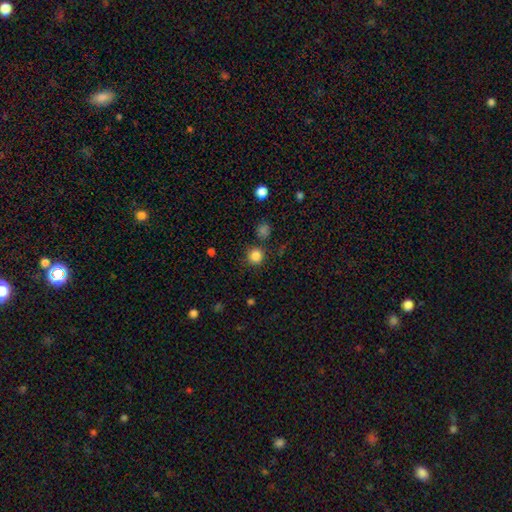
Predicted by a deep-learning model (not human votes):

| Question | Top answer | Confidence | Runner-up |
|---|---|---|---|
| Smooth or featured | smooth | 84% | star or artifact (12%) |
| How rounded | round | 94% | in between (5%) |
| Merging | none | 87% | minor disturbance (6%) |